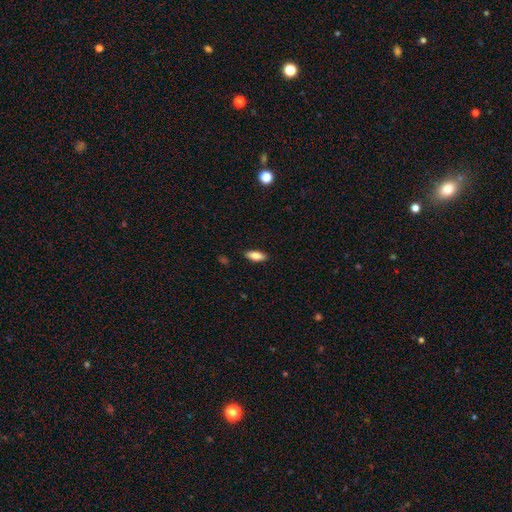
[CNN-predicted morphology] type=smooth (81%); roundness=in between (77%); merging=none (89%).